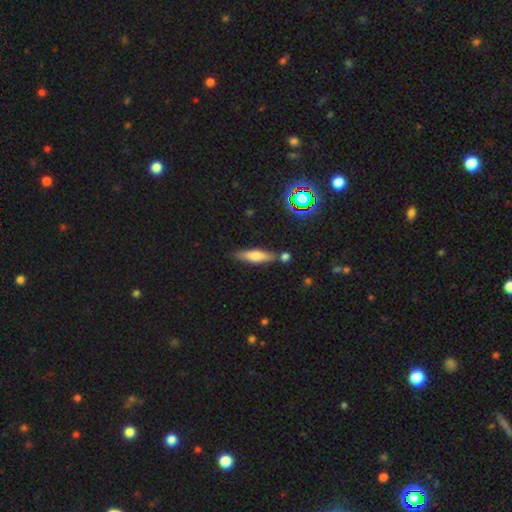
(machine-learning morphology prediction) smooth-or-featured: smooth: 60% | featured or disk: 30% | star or artifact: 10%
  how-rounded: cigar-shaped: 66% | in between: 32% | round: 2%
  merging: none: 75% | minor disturbance: 13% | merger: 9% | major disturbance: 3%